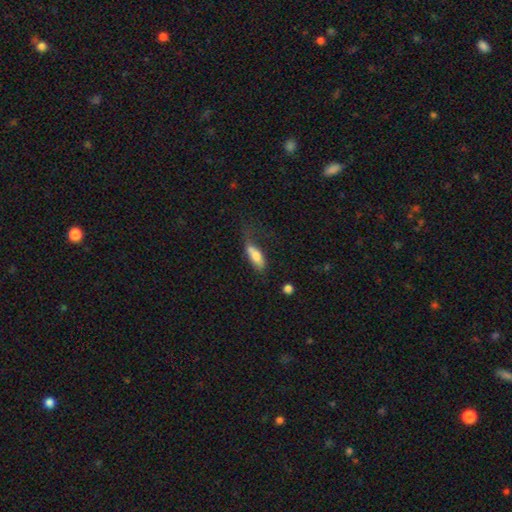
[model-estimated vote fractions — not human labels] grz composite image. It shows a smooth galaxy with no disk features (71%) that is in between round and cigar-shaped (65%). Merging: none (37%).